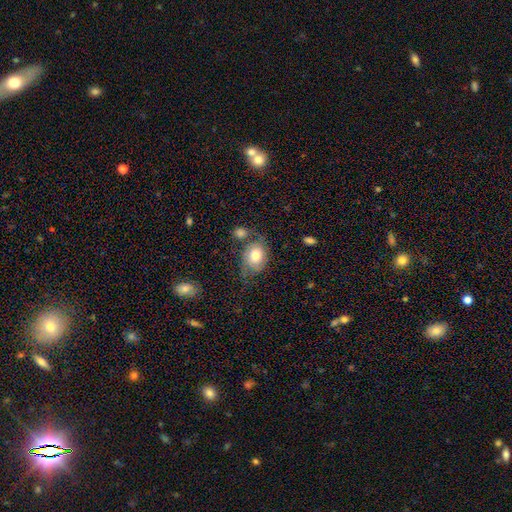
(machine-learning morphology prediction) This is likely a smooth galaxy (72%). How rounded: possibly in between (56%). Merging: marginally none (44%).